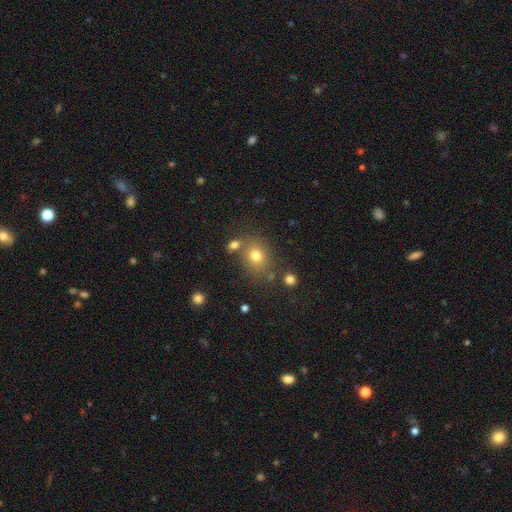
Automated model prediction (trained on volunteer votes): A smooth galaxy with no disk features (76%) that is round (64%).

Vote fractions:
- Smooth or featured? smooth: 76% / star or artifact: 15% / featured or disk: 9%
- How rounded? round: 64% / in between: 35% / cigar-shaped: 1%
- Merging? none: 71% / merger: 12% / minor disturbance: 12% / major disturbance: 5%